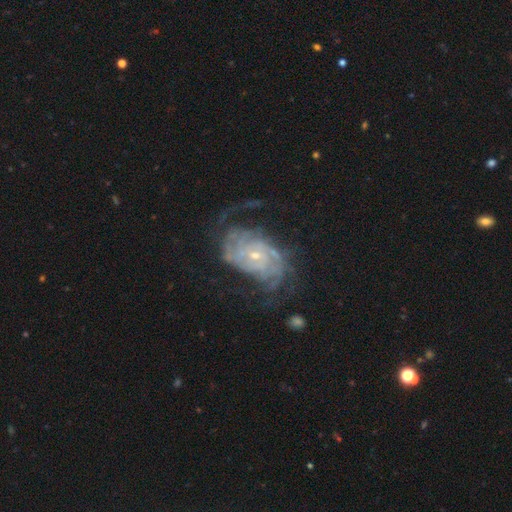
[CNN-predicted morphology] A featured or disk galaxy (87%) with no bar (66%), tight (60%) spiral arms (95%) and a small central bulge (73%). Merging: none (59%).